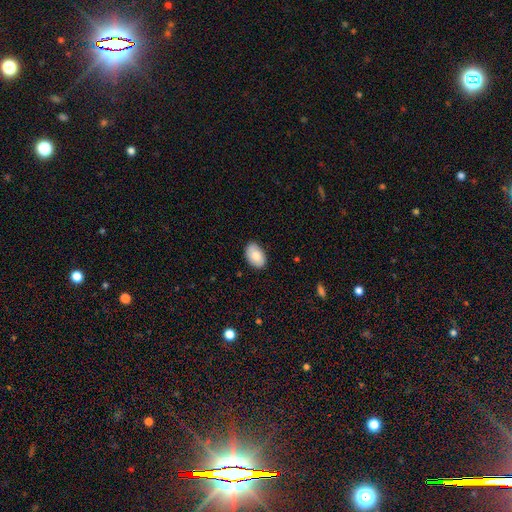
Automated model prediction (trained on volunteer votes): A smooth galaxy with no disk features (82%) that is in between round and cigar-shaped (91%).

Vote fractions:
- Smooth or featured? smooth: 82% / featured or disk: 12% / star or artifact: 6%
- How rounded? in between: 91% / round: 8% / cigar-shaped: 1%
- Merging? none: 85% / minor disturbance: 12% / major disturbance: 2% / merger: 1%